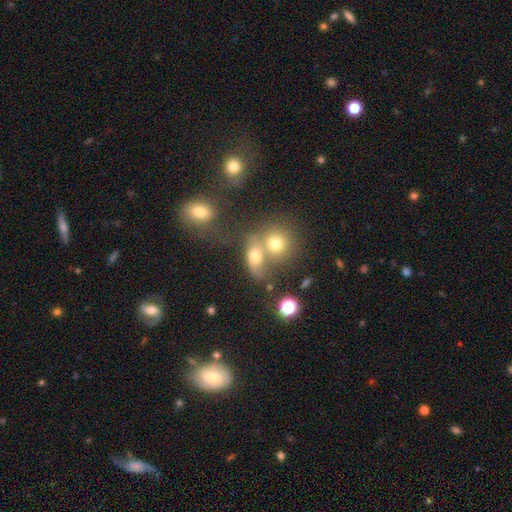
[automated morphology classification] Overall: smooth (66%). How rounded: in between (55%; round 41%). Merging: merger (53%; none 29%).